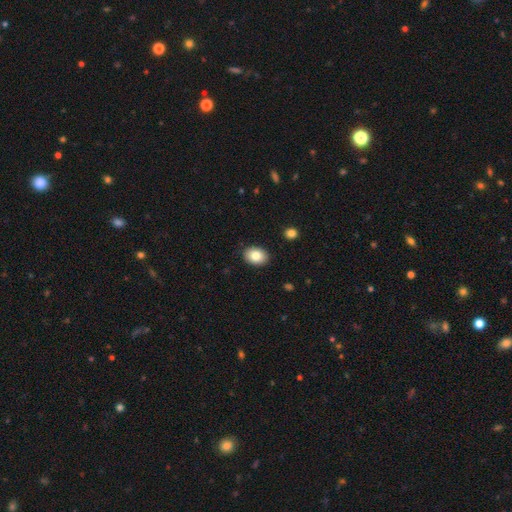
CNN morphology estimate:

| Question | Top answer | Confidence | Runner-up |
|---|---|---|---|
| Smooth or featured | smooth | 83% | featured or disk (9%) |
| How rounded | in between | 71% | round (28%) |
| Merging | none | 89% | minor disturbance (8%) |